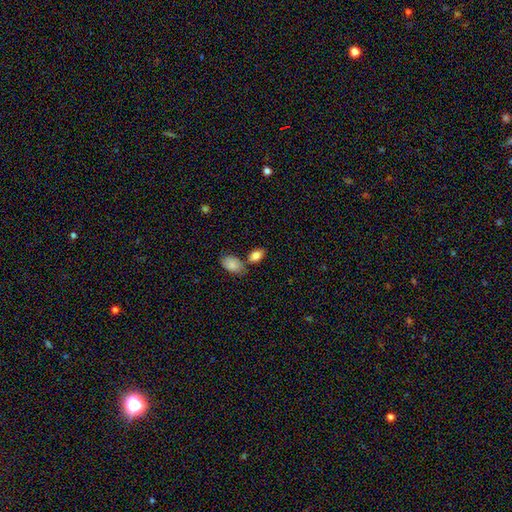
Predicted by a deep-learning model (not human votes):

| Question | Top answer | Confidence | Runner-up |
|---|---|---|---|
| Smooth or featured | smooth | 84% | featured or disk (8%) |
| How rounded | in between | 89% | round (9%) |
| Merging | none | 62% | merger (21%) |